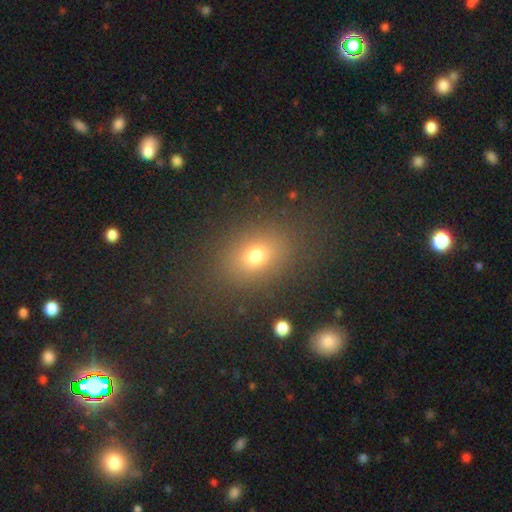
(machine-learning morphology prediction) A smooth galaxy with no disk features (72%) that is in between round and cigar-shaped (60%).

Vote fractions:
- Smooth or featured? smooth: 72% / star or artifact: 17% / featured or disk: 11%
- How rounded? in between: 60% / round: 39% / cigar-shaped: 2%
- Merging? none: 82% / minor disturbance: 10% / major disturbance: 6% / merger: 2%